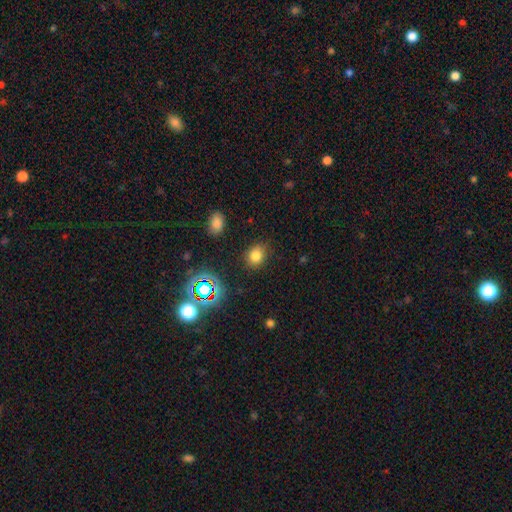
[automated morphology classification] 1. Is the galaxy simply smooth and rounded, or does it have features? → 77% smooth, 17% star or artifact, 7% featured or disk.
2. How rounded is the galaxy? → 57% round, 42% in between, 1% cigar-shaped.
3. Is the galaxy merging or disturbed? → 83% none, 11% minor disturbance, 3% major disturbance, 2% merger.